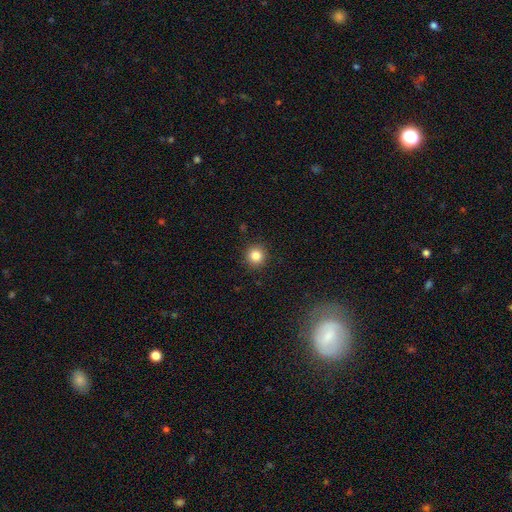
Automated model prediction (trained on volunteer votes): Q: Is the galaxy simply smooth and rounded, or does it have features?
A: smooth — 84%.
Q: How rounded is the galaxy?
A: round — 93%.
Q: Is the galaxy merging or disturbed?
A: none — 91%.